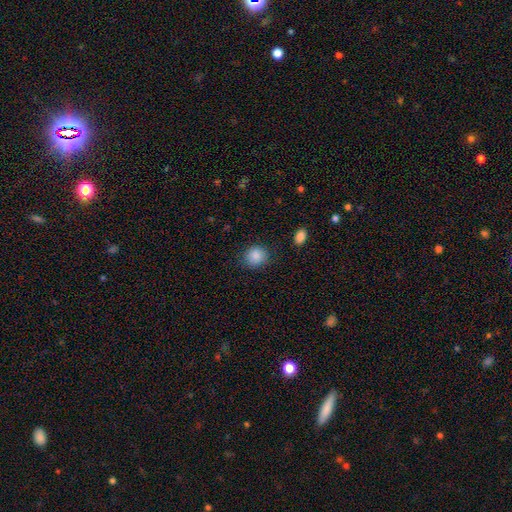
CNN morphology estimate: Smooth or featured? Predicted: smooth (p=0.88). How rounded? Predicted: round (p=0.80). Merging? Predicted: none (p=0.84).